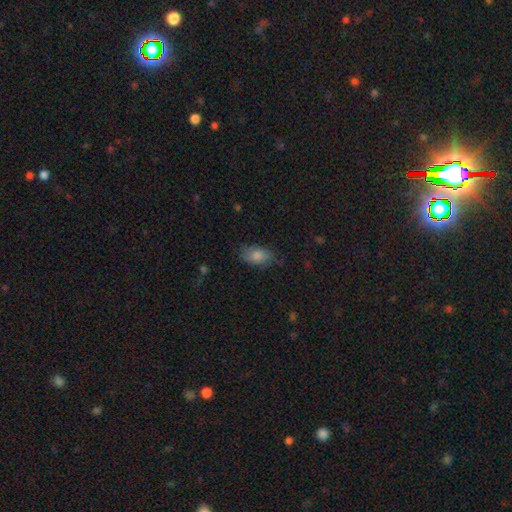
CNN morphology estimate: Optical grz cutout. It shows a smooth galaxy with no disk features (79%) that is in between round and cigar-shaped (88%). Merging: none (73%).